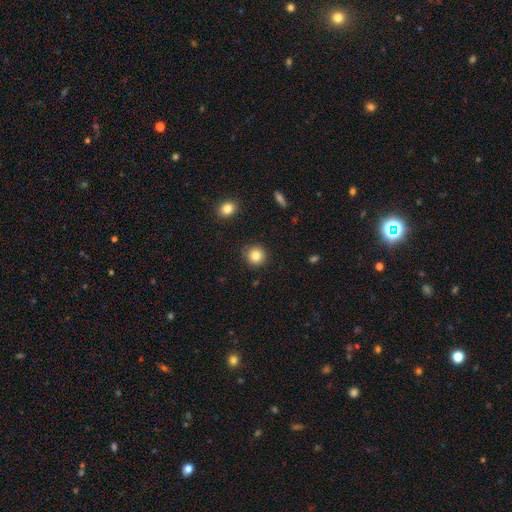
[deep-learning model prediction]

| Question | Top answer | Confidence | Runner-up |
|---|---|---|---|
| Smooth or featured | smooth | 83% | star or artifact (10%) |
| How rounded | round | 92% | in between (7%) |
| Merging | none | 87% | minor disturbance (9%) |